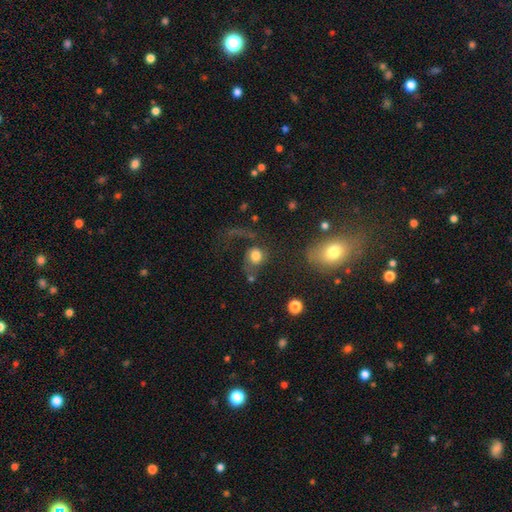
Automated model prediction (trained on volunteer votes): Smooth or featured?
  - smooth: 66% *
  - featured or disk: 23%
  - star or artifact: 12%
How rounded?
  - round: 76% *
  - in between: 23%
  - cigar-shaped: 1%
Merging?
  - major disturbance: 41% *
  - none: 33%
  - minor disturbance: 15%
  - merger: 10%